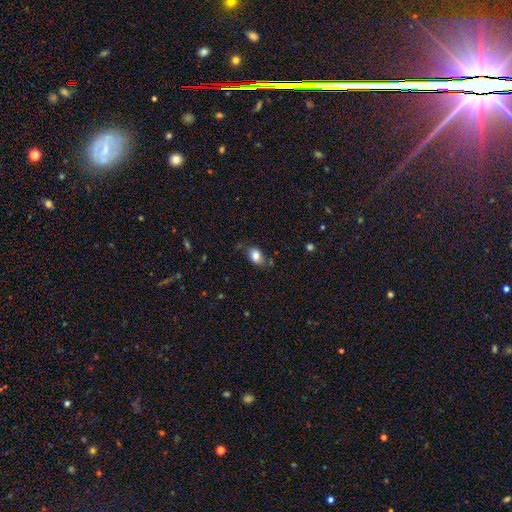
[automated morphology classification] smooth 82%, star or artifact 9%, featured or disk 9%. Down the decision tree: how rounded — in between (73%); merging — none (72%).